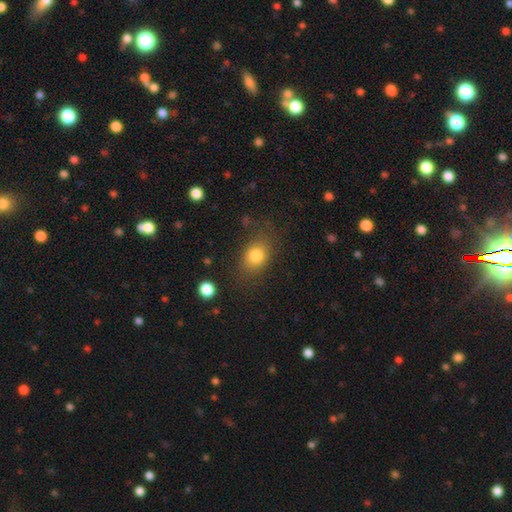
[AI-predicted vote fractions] A smooth galaxy with no disk features (80%) that is in between round and cigar-shaped (56%). Merging: none (73%).